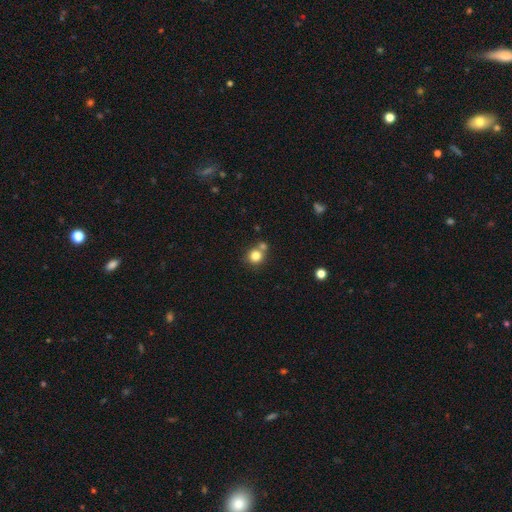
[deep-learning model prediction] Morphology: type=smooth (81%); roundness=round (88%); merging=none (58%).